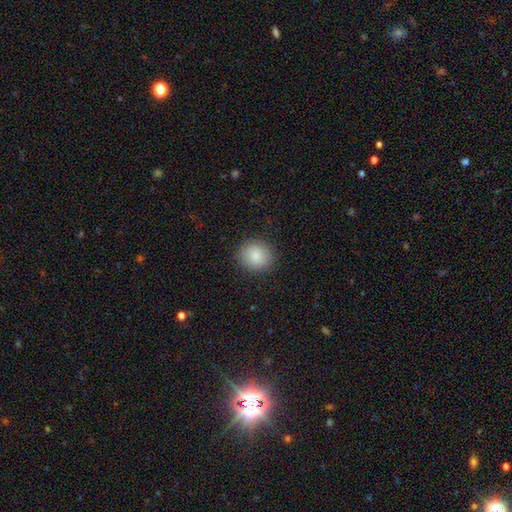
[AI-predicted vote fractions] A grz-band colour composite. It shows a smooth galaxy with no disk features (87%) that is round (82%). Merging: none (89%).